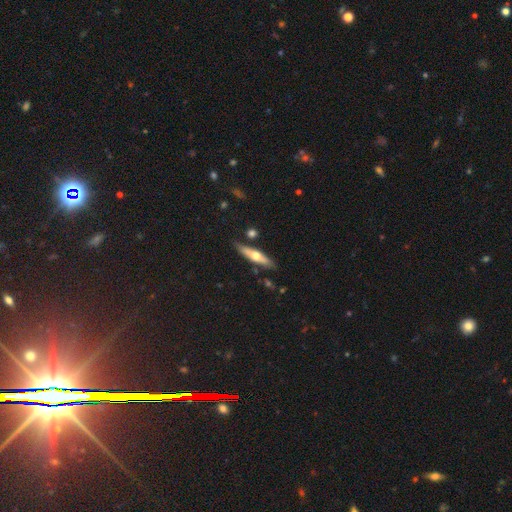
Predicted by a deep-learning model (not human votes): A featured or disk galaxy (53%) viewed edge-on (85%).

Vote fractions:
- Smooth or featured? featured or disk: 53% / smooth: 41% / star or artifact: 5%
- Edge-on disk? yes: 85% / no: 15%
- Merging? none: 79% / minor disturbance: 13% / merger: 5% / major disturbance: 3%